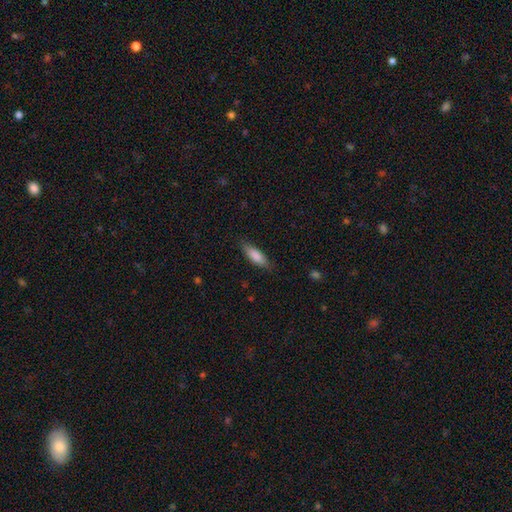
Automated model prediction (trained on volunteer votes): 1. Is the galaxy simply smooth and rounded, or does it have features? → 81% smooth, 13% featured or disk, 6% star or artifact.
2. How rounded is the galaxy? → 53% in between, 46% cigar-shaped, 2% round.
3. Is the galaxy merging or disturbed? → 81% none, 15% minor disturbance, 3% major disturbance, 1% merger.